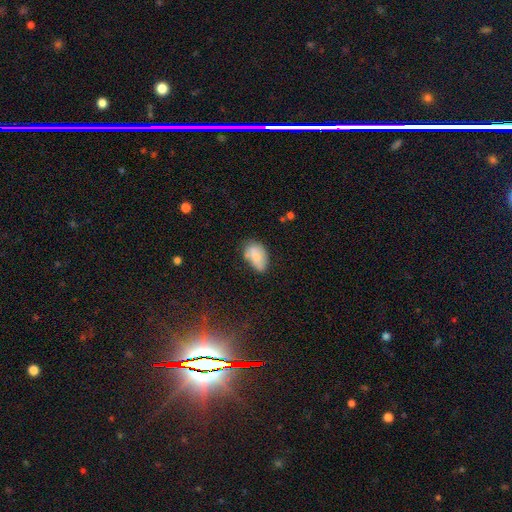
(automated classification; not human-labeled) A smooth galaxy with no disk features (78%) that is in between round and cigar-shaped (91%).

Vote fractions:
- Smooth or featured? smooth: 78% / featured or disk: 14% / star or artifact: 8%
- How rounded? in between: 91% / round: 7% / cigar-shaped: 2%
- Merging? none: 50% / minor disturbance: 32% / major disturbance: 9% / merger: 9%